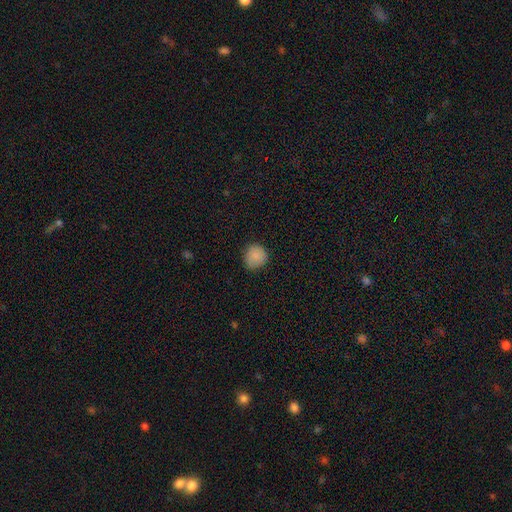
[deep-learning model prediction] This appears to be a smooth galaxy with no disk features (87%) that is round (90%). Merging: none (85%).